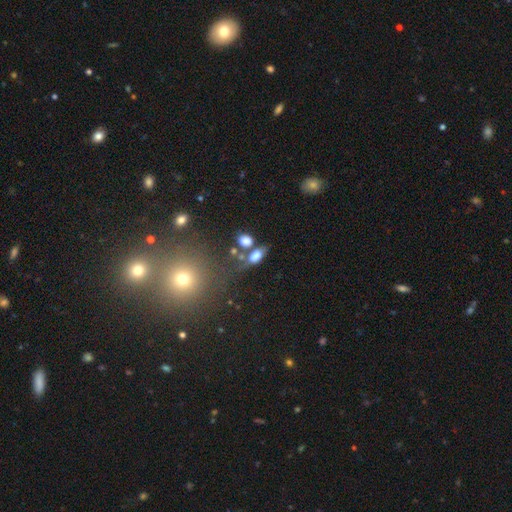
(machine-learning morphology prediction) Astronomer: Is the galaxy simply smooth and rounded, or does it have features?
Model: smooth — 73%.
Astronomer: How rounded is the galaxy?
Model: in between — 81%.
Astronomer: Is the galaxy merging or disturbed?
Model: none — 50% (runner-up: merger, 25%).